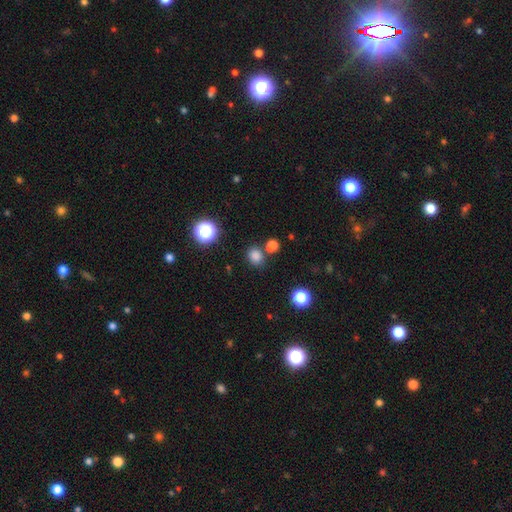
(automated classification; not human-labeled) This appears to be a smooth galaxy with no disk features (79%) that is round (64%). Merging: none (71%).